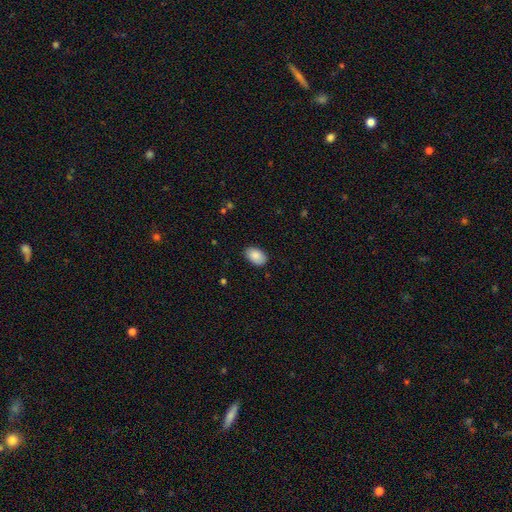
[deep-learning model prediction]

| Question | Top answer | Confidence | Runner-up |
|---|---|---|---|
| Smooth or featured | smooth | 88% | star or artifact (7%) |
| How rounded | in between | 90% | round (9%) |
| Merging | none | 85% | minor disturbance (12%) |